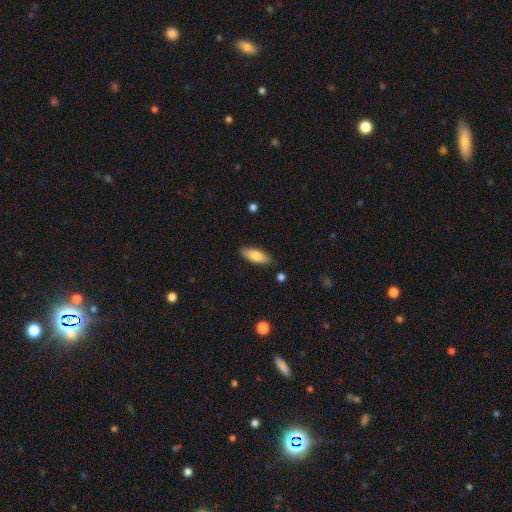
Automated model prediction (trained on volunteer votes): Smooth or featured? Predicted: smooth (p=0.80). How rounded? Predicted: in between (p=0.72). Merging? Predicted: none (p=0.86).